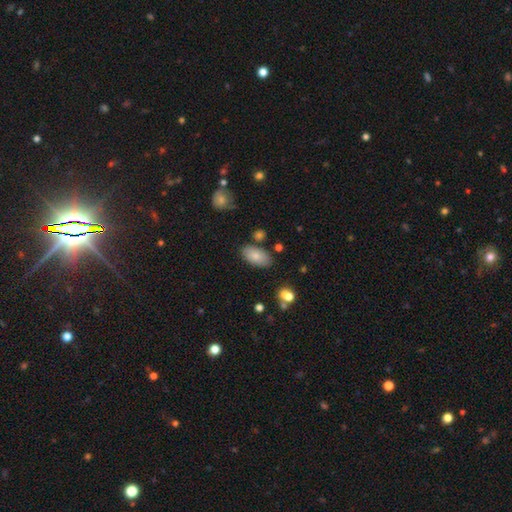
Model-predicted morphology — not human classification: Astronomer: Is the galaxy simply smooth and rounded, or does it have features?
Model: smooth — 81%.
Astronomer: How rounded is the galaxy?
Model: in between — 94%.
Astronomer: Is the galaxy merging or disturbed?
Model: none — 79%.